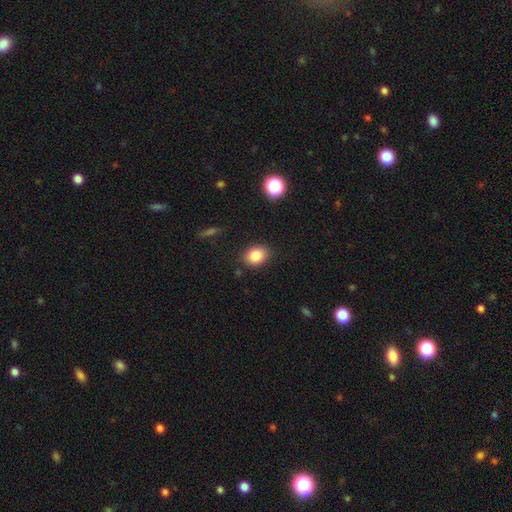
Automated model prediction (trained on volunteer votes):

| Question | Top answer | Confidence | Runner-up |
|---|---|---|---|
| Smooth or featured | smooth | 84% | star or artifact (10%) |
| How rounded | in between | 60% | round (38%) |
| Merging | none | 85% | minor disturbance (10%) |